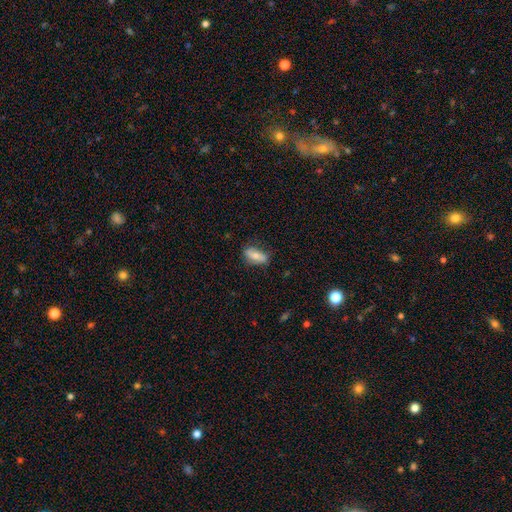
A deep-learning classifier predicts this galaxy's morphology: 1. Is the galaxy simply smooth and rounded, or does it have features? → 70% smooth, 23% featured or disk, 7% star or artifact.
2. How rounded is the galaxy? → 80% in between, 16% cigar-shaped, 4% round.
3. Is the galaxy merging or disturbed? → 71% none, 22% minor disturbance, 6% major disturbance, 2% merger.